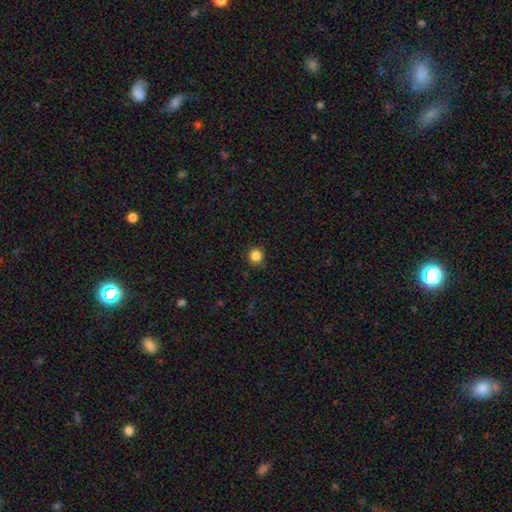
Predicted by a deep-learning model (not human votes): Smooth or featured?
  - smooth: 85% *
  - star or artifact: 11%
  - featured or disk: 4%
How rounded?
  - round: 91% *
  - in between: 8%
  - cigar-shaped: 1%
Merging?
  - none: 87% *
  - minor disturbance: 9%
  - major disturbance: 2%
  - merger: 1%